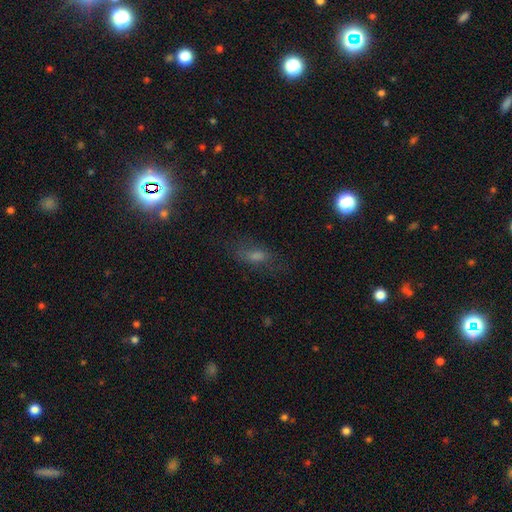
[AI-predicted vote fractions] Overall: smooth (46%; star or artifact 30%). Merging: none (69%).